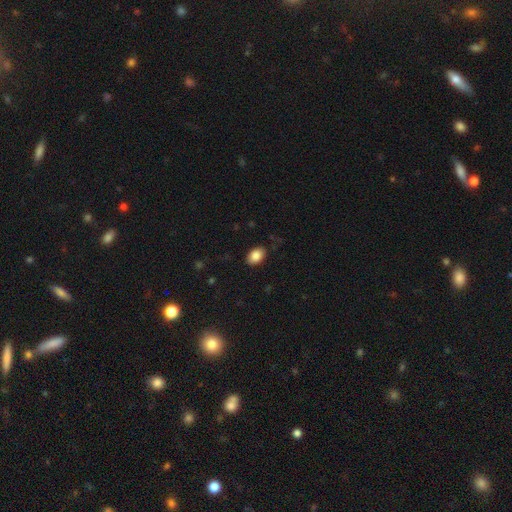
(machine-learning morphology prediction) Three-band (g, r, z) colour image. It shows a smooth galaxy with no disk features (86%) that is in between round and cigar-shaped (85%). Merging: none (87%).